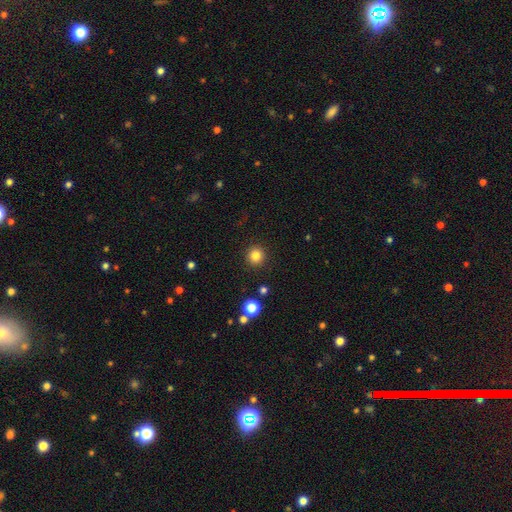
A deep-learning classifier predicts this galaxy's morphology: Smooth or featured: smooth — 83% (star or artifact — 12%)
How rounded: round — 95% (in between — 4%)
Merging: none — 92% (minor disturbance — 5%)